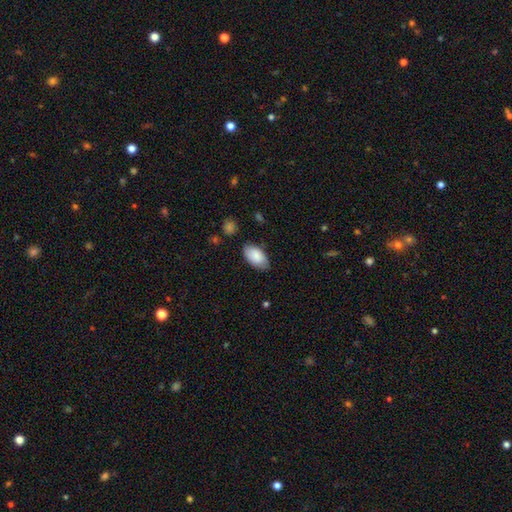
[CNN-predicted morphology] Smooth or featured: smooth — 84% (featured or disk — 10%)
How rounded: in between — 95% (round — 3%)
Merging: none — 78% (minor disturbance — 17%)